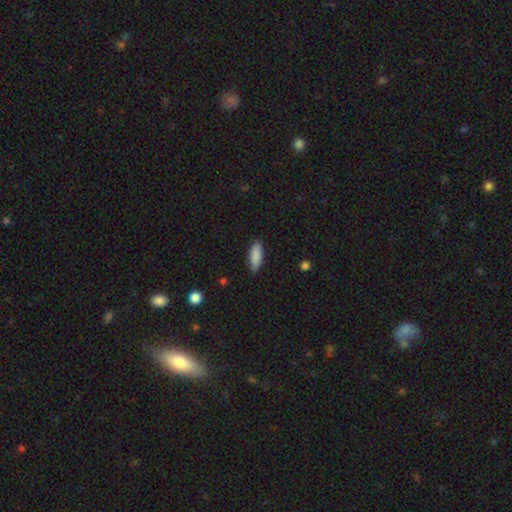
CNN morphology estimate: A smooth galaxy with no disk features (87%) that is in between round and cigar-shaped (61%).

Vote fractions:
- Smooth or featured? smooth: 87% / featured or disk: 7% / star or artifact: 6%
- How rounded? in between: 61% / cigar-shaped: 37% / round: 2%
- Merging? none: 87% / minor disturbance: 10% / major disturbance: 2% / merger: 1%